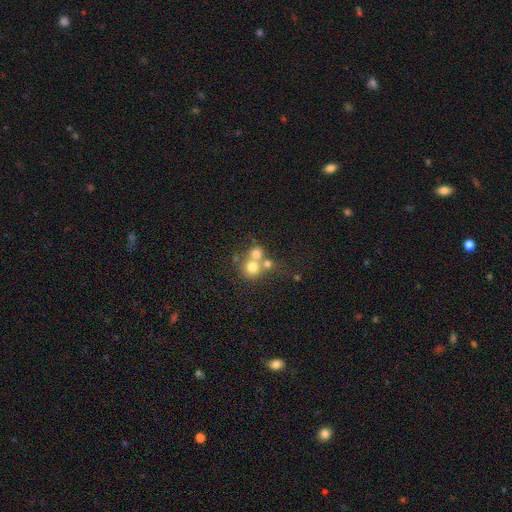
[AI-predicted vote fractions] Overall: smooth (61%; featured or disk 22%). How rounded: round (84%). Merging: merger (54%; none 36%).